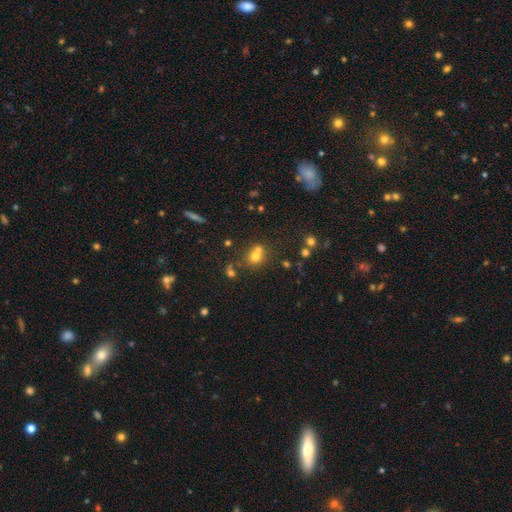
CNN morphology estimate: The model was most divided on "merging": none: 49%, merger: 39%, minor disturbance: 8%, major disturbance: 4%. More confident: how rounded — round (80%); smooth or featured — smooth (65%).